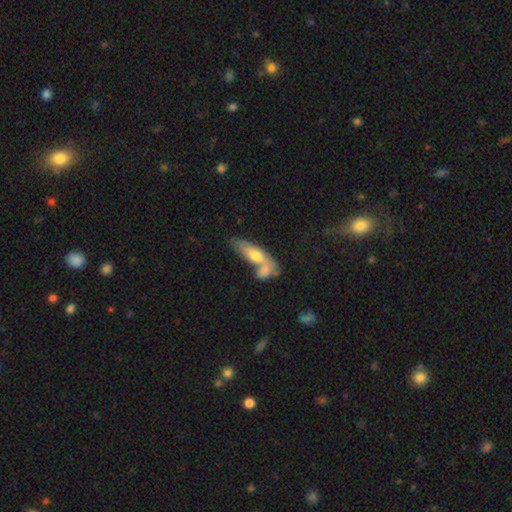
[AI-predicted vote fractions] Overall: smooth (58%; featured or disk 36%). How rounded: in between (54%; cigar-shaped 43%). Merging: merger (50%; none 31%).